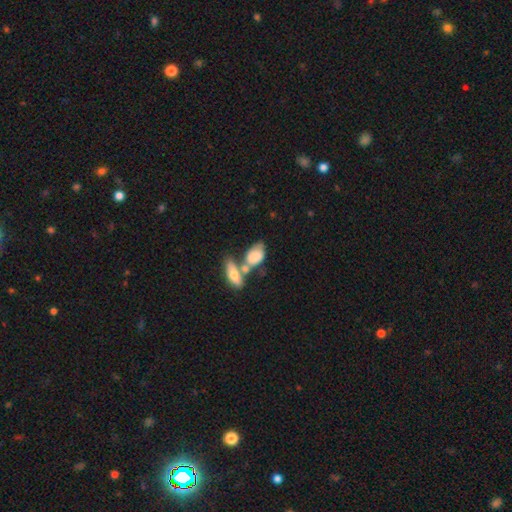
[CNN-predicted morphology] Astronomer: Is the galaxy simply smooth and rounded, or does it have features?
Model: smooth — 73%.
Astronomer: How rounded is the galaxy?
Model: in between — 89%.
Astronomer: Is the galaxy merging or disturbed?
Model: merger — 49% (runner-up: none, 27%).